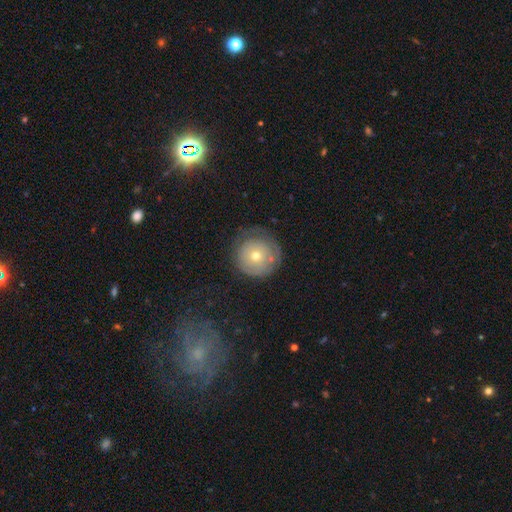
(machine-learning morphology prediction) Q: Smooth or featured?
A: smooth (55%); runner-up: featured or disk (36%)
Q: How rounded?
A: round (93%); runner-up: in between (6%)
Q: Merging?
A: none (65%); runner-up: minor disturbance (22%)